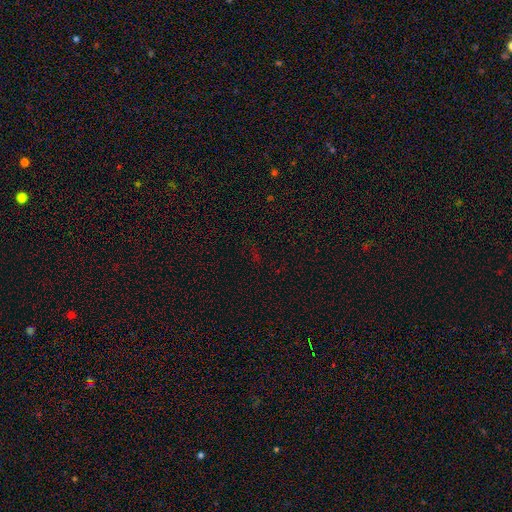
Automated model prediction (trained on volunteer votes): Smooth or featured? Predicted: star or artifact (p=0.68).